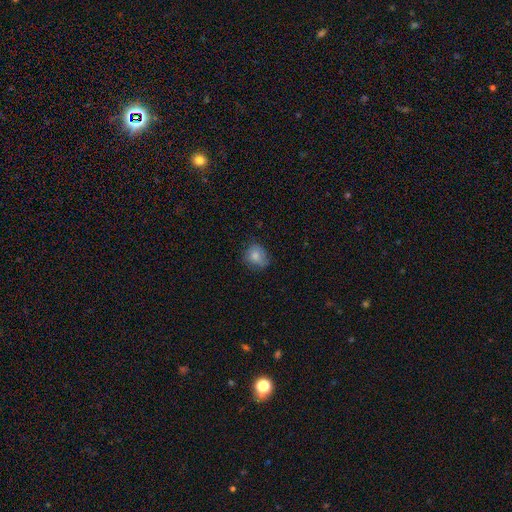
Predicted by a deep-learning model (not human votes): This appears to be a smooth galaxy with no disk features (81%) that is round (63%). Merging: none (66%).